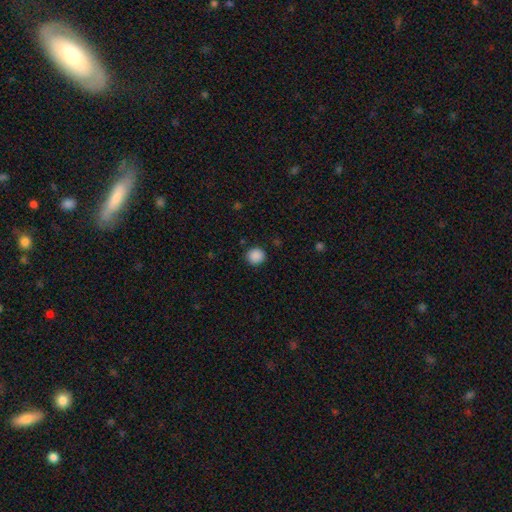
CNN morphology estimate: The model was most divided on "smooth or featured": smooth: 88%, star or artifact: 10%, featured or disk: 2%. More confident: how rounded — round (91%); merging — none (89%).